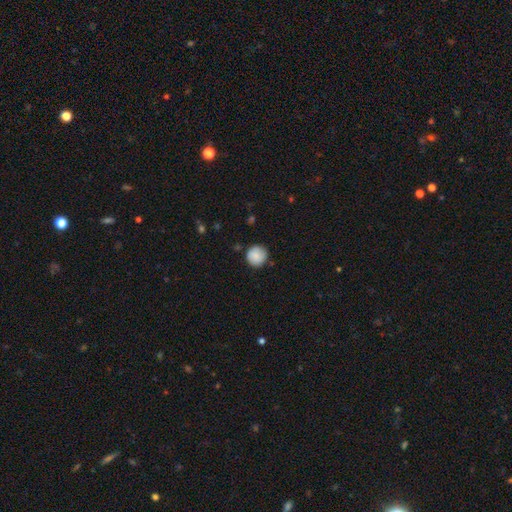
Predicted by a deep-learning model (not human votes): Morphology: type=smooth (83%); roundness=round (92%); merging=none (81%).